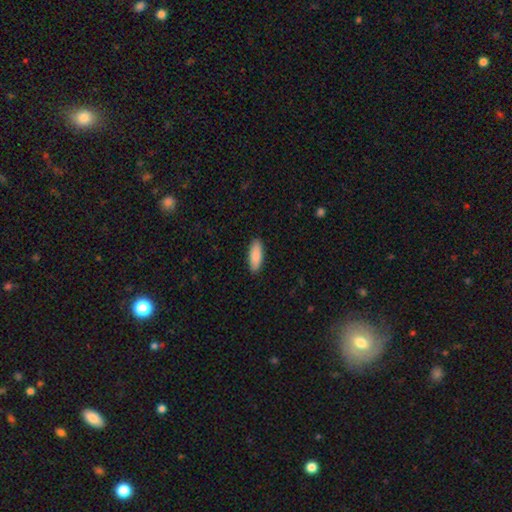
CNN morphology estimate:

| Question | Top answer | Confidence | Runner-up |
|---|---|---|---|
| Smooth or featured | smooth | 89% | featured or disk (5%) |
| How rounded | in between | 69% | cigar-shaped (29%) |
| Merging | none | 90% | minor disturbance (8%) |